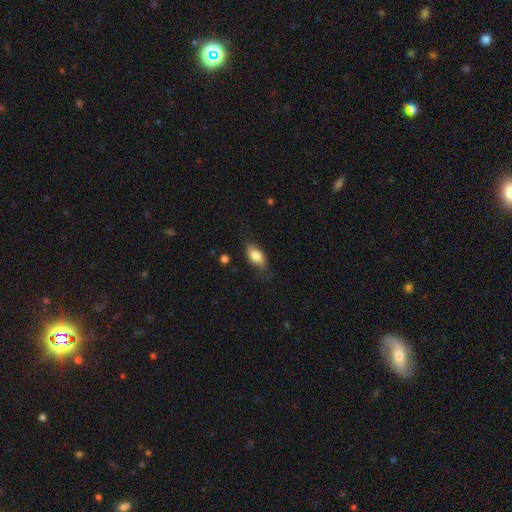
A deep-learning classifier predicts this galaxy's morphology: Smooth or featured? smooth (74%)
How rounded? in between (84%)
Merging? none (72%)